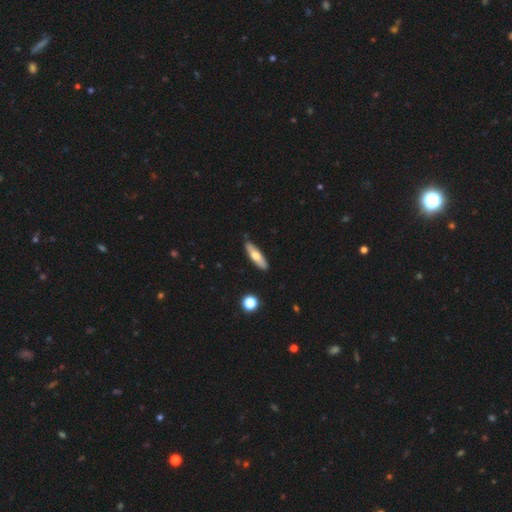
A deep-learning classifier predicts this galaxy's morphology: smooth-or-featured: smooth: 59% | featured or disk: 35% | star or artifact: 6%
  how-rounded: cigar-shaped: 62% | in between: 36% | round: 2%
  merging: none: 86% | minor disturbance: 11% | major disturbance: 2% | merger: 2%